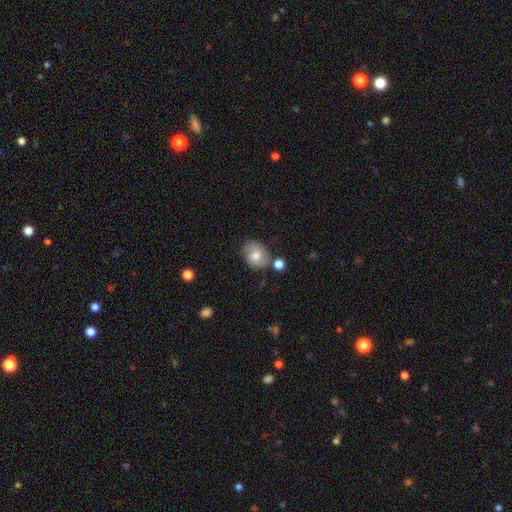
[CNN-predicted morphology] Smooth or featured: smooth — 57% (featured or disk — 34%)
How rounded: round — 55% (in between — 44%)
Merging: none — 67% (minor disturbance — 19%)